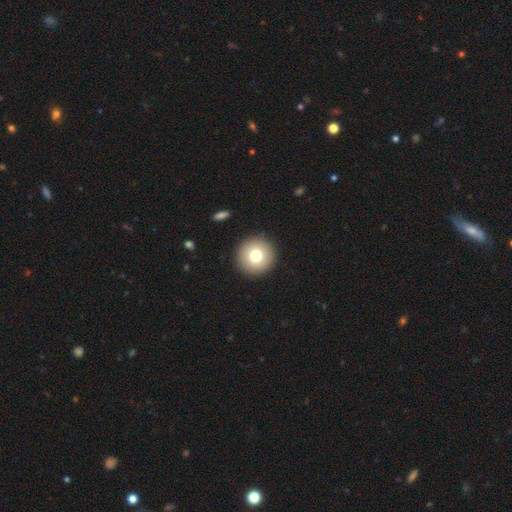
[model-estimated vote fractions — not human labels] This appears to be a smooth galaxy with no disk features (76%) that is round (96%). Merging: none (92%).